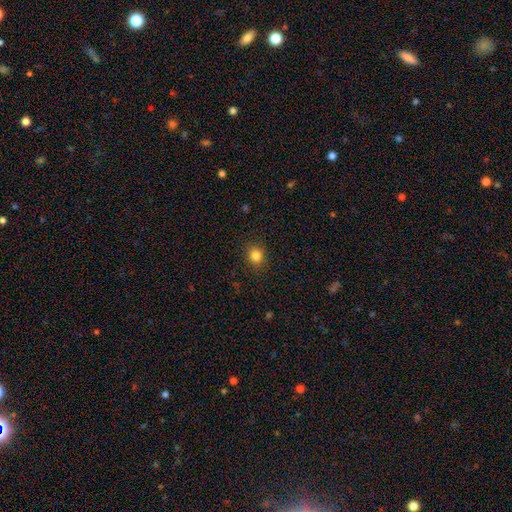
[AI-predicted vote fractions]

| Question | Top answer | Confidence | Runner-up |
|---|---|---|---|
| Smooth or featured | smooth | 84% | star or artifact (11%) |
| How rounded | round | 78% | in between (21%) |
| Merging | none | 89% | minor disturbance (8%) |